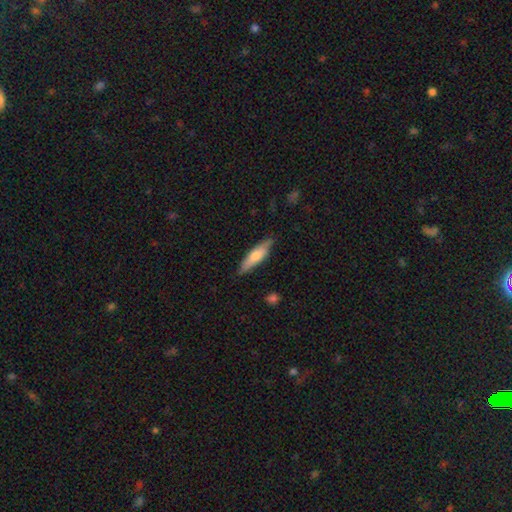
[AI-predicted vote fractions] Smooth or featured?
  - smooth: 65% *
  - featured or disk: 29%
  - star or artifact: 5%
How rounded?
  - cigar-shaped: 70% *
  - in between: 28%
  - round: 2%
Merging?
  - none: 83% *
  - minor disturbance: 13%
  - major disturbance: 2%
  - merger: 1%